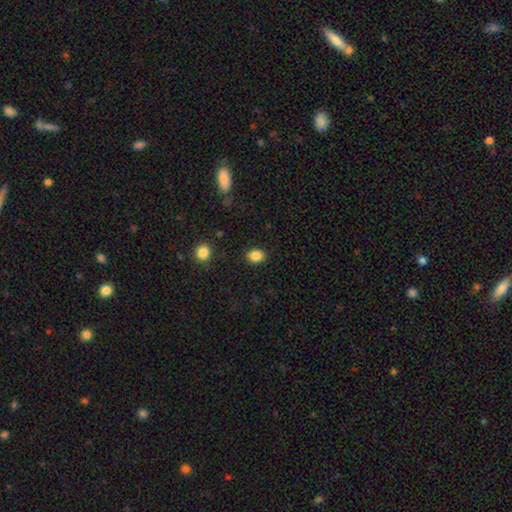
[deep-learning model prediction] Q: Smooth or featured?
A: smooth (86%); runner-up: star or artifact (10%)
Q: How rounded?
A: round (55%); runner-up: in between (44%)
Q: Merging?
A: none (89%); runner-up: minor disturbance (7%)